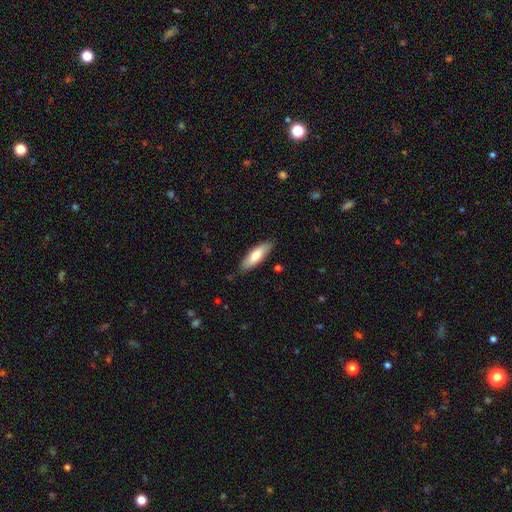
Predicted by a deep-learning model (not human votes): smooth-or-featured: smooth: 75% | featured or disk: 19% | star or artifact: 6%
  how-rounded: in between: 52% | cigar-shaped: 47% | round: 2%
  merging: none: 83% | minor disturbance: 13% | major disturbance: 2% | merger: 1%